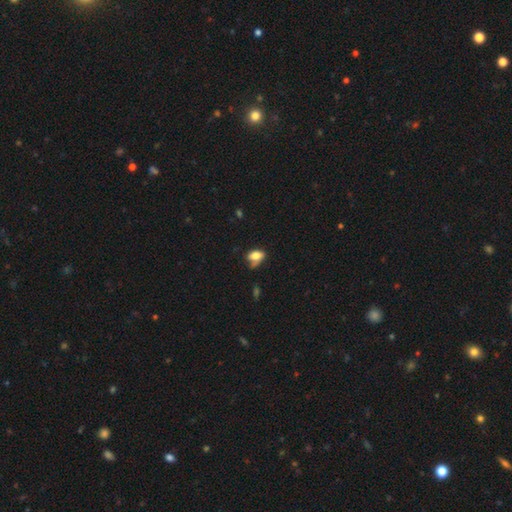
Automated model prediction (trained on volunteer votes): The model was most divided on "merging": none: 41%, minor disturbance: 34%, major disturbance: 16%, merger: 9%. More confident: how rounded — in between (83%); smooth or featured — smooth (76%).